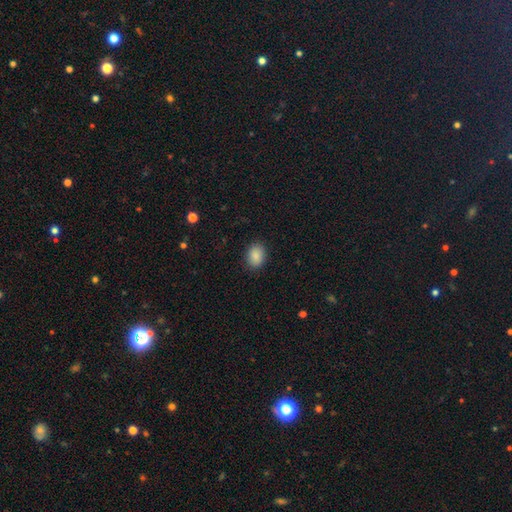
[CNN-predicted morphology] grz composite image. It shows a smooth galaxy with no disk features (89%) that is in between round and cigar-shaped (69%). Merging: none (88%).